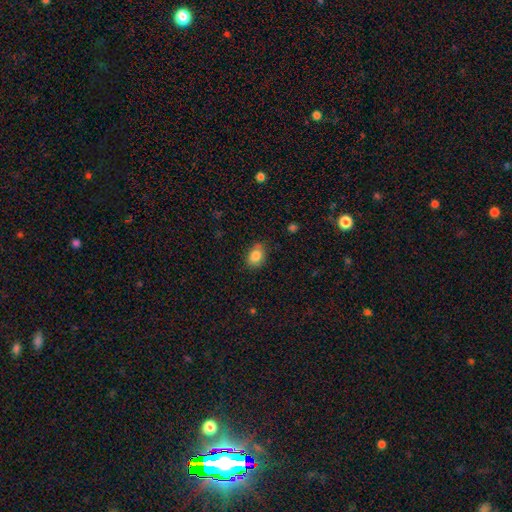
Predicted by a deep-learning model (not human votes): Smooth or featured: smooth — 85% (star or artifact — 9%)
How rounded: in between — 69% (round — 30%)
Merging: none — 78% (minor disturbance — 17%)